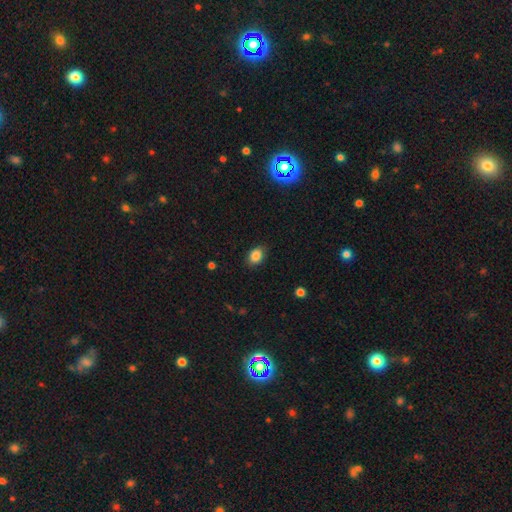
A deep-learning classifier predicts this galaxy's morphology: This appears to be a smooth galaxy with no disk features (86%) that is in between round and cigar-shaped (64%). Merging: none (82%).